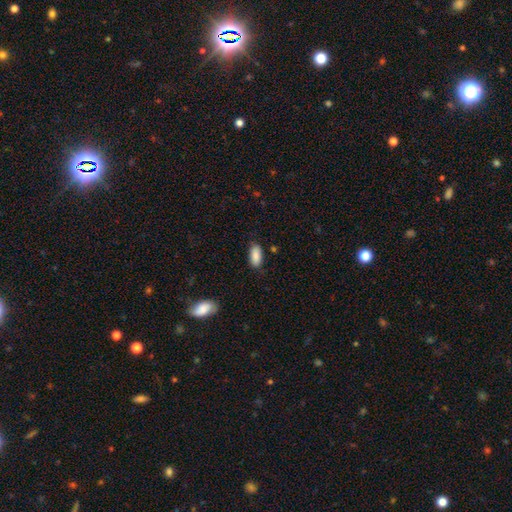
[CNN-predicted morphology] type=smooth (89%); roundness=in between (89%); merging=none (83%).